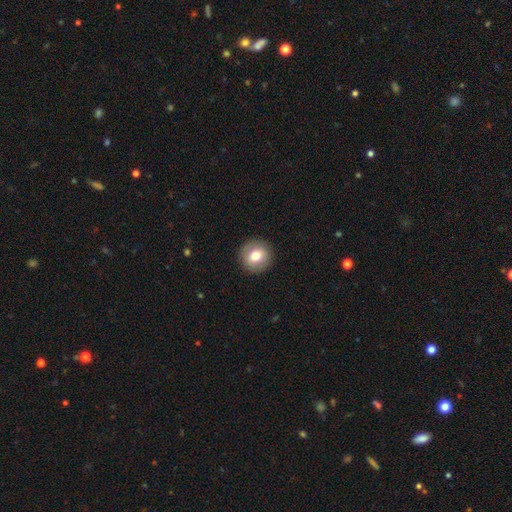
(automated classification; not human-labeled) Overall: smooth (74%). How rounded: round (93%). Merging: none (92%).